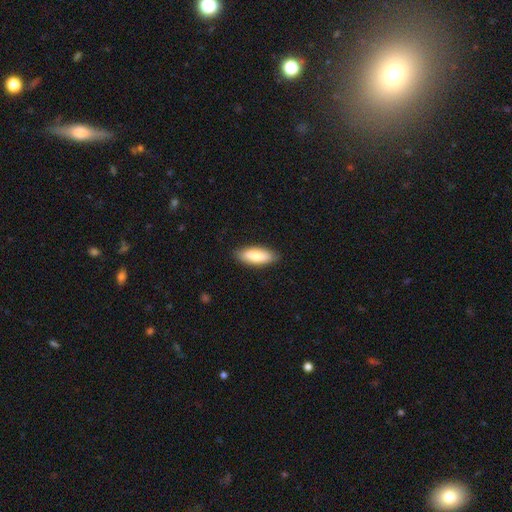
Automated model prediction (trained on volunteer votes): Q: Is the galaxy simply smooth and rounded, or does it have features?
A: smooth — 79%.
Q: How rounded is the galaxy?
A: in between — 75%.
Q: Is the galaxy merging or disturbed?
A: none — 87%.